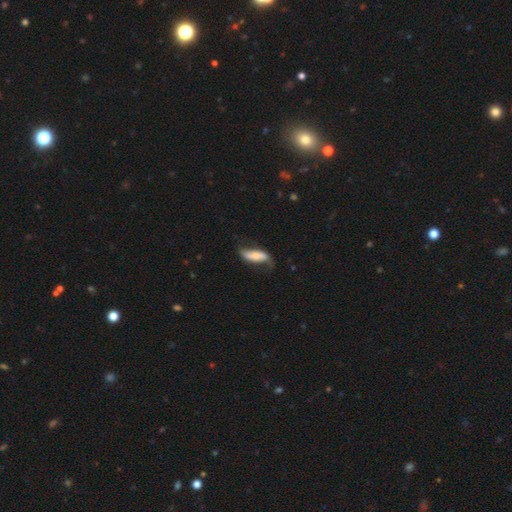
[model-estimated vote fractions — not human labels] Overall: featured or disk (51%; smooth 42%). Edge-on disk: no (80%). Merging: none (55%; minor disturbance 27%).